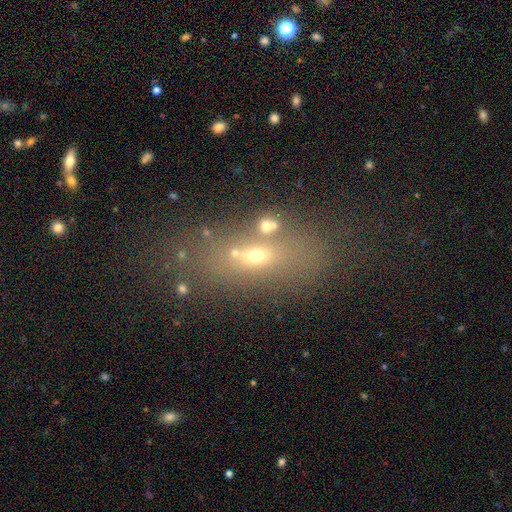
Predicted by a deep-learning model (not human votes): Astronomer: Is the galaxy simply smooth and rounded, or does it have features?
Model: smooth — 45% (runner-up: featured or disk, 31%).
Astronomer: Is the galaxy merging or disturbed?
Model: none — 58%.